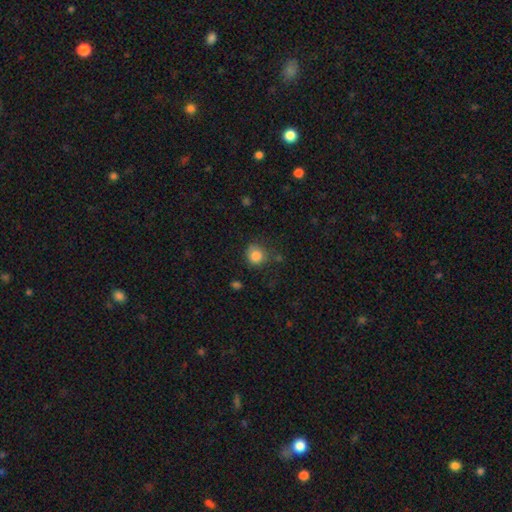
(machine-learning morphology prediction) Smooth or featured: smooth — 84% (star or artifact — 10%)
How rounded: round — 84% (in between — 15%)
Merging: none — 69% (minor disturbance — 21%)